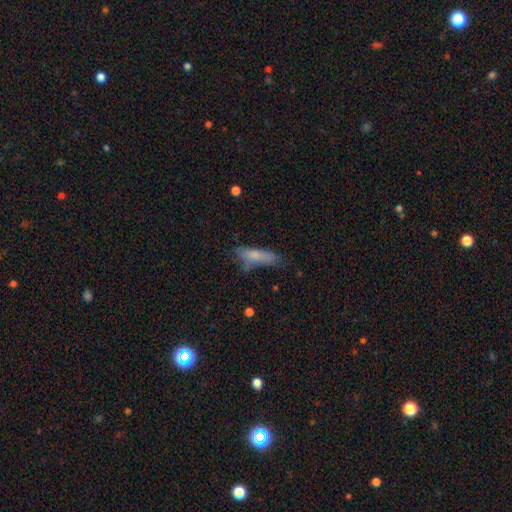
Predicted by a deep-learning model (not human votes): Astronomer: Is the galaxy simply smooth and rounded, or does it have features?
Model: smooth — 75%.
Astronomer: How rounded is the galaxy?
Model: cigar-shaped — 54% (runner-up: in between, 44%).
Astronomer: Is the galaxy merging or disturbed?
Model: none — 50% (runner-up: minor disturbance, 31%).